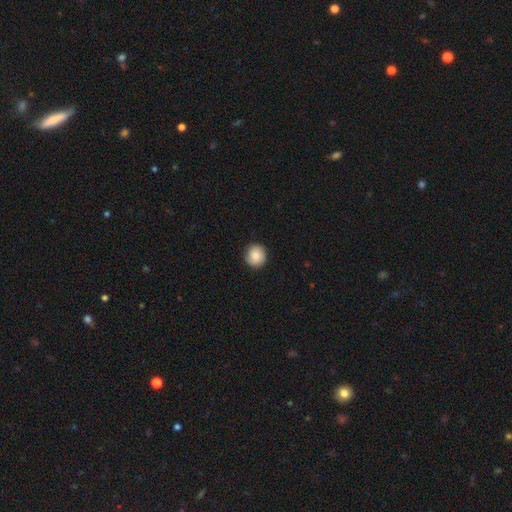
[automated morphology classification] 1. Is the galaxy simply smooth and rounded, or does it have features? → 85% smooth, 8% featured or disk, 8% star or artifact.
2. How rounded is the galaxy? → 92% round, 7% in between, 1% cigar-shaped.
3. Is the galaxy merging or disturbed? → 90% none, 7% minor disturbance, 2% major disturbance, 1% merger.